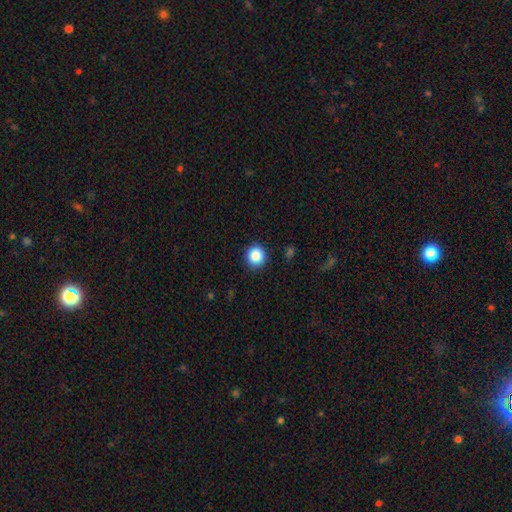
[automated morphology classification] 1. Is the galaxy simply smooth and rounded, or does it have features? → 88% smooth, 9% star or artifact, 3% featured or disk.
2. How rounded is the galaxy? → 87% round, 12% in between, 1% cigar-shaped.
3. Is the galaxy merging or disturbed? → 89% none, 8% minor disturbance, 2% major disturbance, 1% merger.